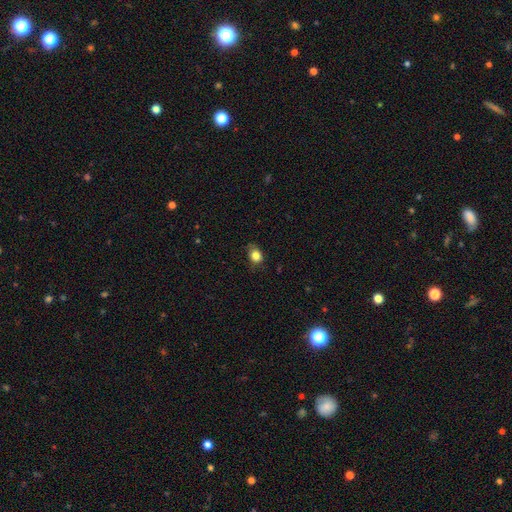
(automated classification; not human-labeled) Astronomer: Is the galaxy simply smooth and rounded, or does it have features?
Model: smooth — 83%.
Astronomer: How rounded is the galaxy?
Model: in between — 51% (runner-up: round, 47%).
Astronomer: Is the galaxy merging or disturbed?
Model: none — 68%.